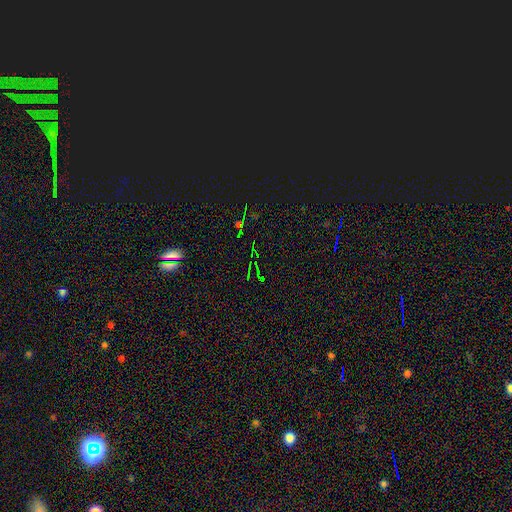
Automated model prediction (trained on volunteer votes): A star or artifact, not a galaxy (76%).

Vote fractions:
- Smooth or featured? star or artifact: 76% / smooth: 15% / featured or disk: 10%